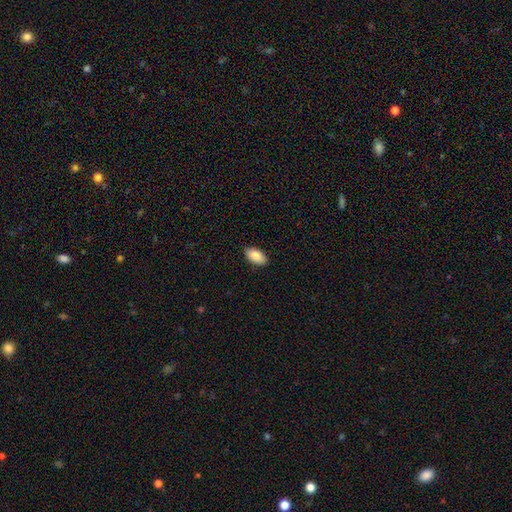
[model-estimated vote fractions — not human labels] smooth-or-featured: smooth: 88% | star or artifact: 6% | featured or disk: 5%
  how-rounded: in between: 95% | round: 3% | cigar-shaped: 2%
  merging: none: 89% | minor disturbance: 8% | major disturbance: 2% | merger: 1%